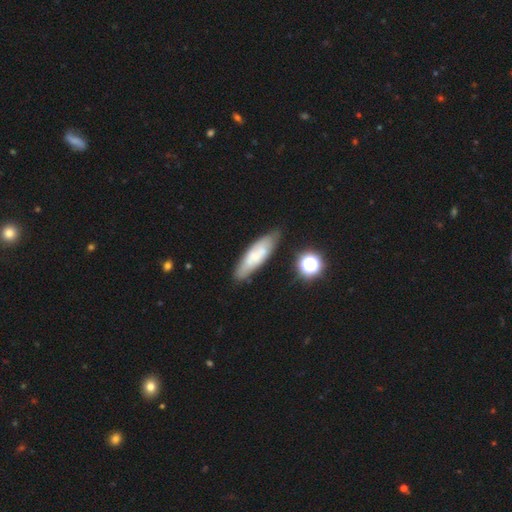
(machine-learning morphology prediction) Smooth or featured?
  - smooth: 60% *
  - featured or disk: 32%
  - star or artifact: 9%
How rounded?
  - cigar-shaped: 57% *
  - in between: 41%
  - round: 2%
Merging?
  - none: 73% *
  - minor disturbance: 19%
  - major disturbance: 4%
  - merger: 4%